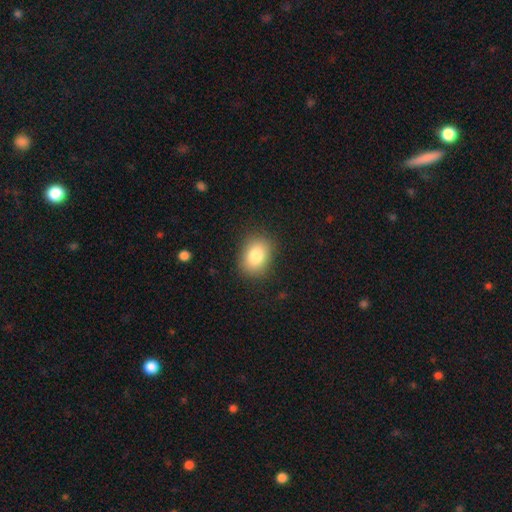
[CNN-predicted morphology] This appears to be a smooth galaxy with no disk features (83%) that is in between round and cigar-shaped (69%). Merging: none (86%).